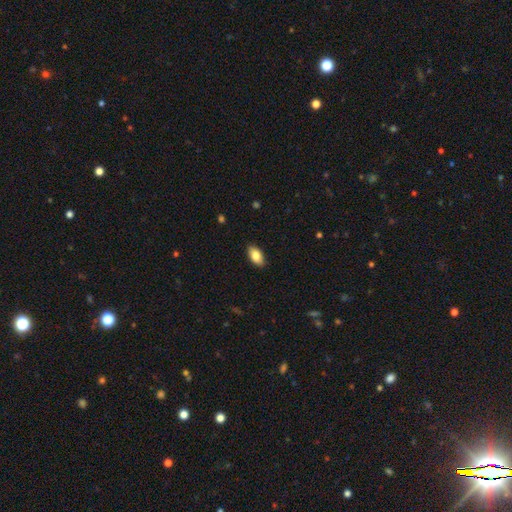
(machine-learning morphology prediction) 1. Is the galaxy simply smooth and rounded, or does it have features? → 84% smooth, 9% featured or disk, 7% star or artifact.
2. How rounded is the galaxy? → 93% in between, 4% cigar-shaped, 3% round.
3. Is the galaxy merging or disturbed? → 89% none, 8% minor disturbance, 2% major disturbance, 1% merger.